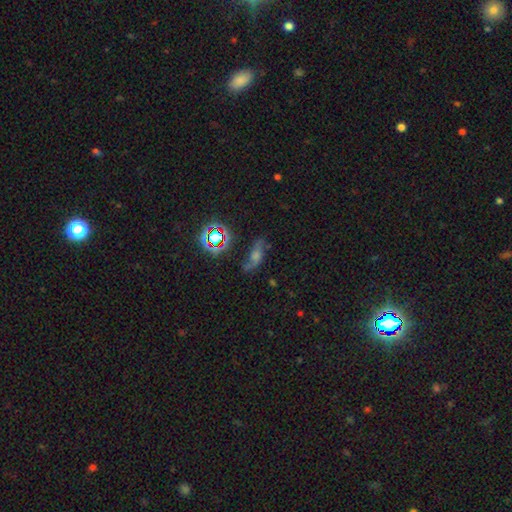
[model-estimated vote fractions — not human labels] Smooth or featured?
  - featured or disk: 46% *
  - star or artifact: 35%
  - smooth: 19%
Merging?
  - none: 67% *
  - minor disturbance: 17%
  - major disturbance: 11%
  - merger: 4%